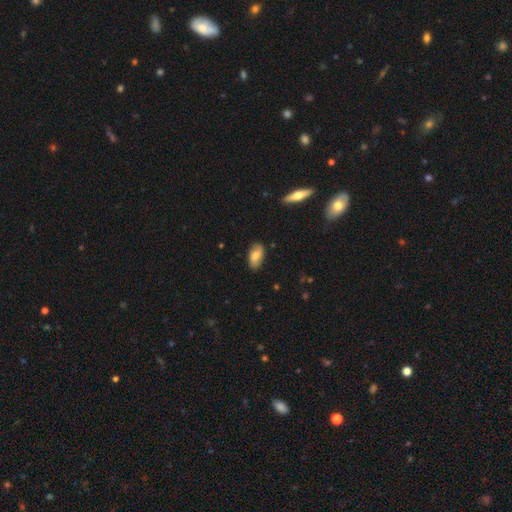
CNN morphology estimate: Smooth or featured: smooth — 75% (featured or disk — 18%)
How rounded: in between — 93% (round — 4%)
Merging: none — 81% (minor disturbance — 15%)